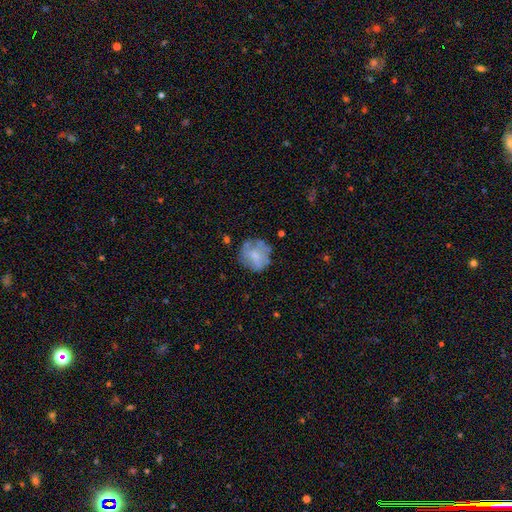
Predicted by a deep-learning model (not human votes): Smooth or featured? smooth (55%)
How rounded? round (84%)
Merging? none (66%)